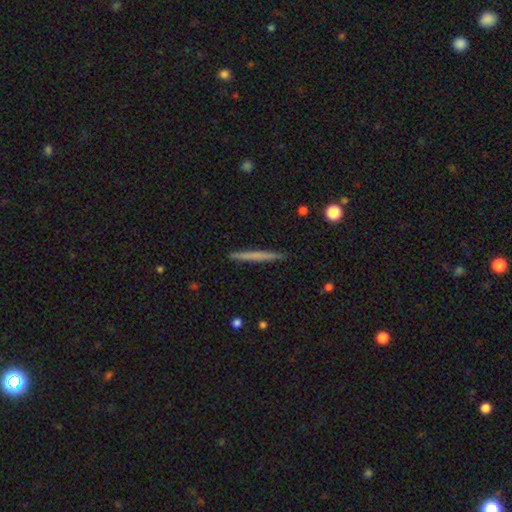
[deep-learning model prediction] Smooth or featured? smooth (59%)
How rounded? cigar-shaped (97%)
Merging? none (91%)